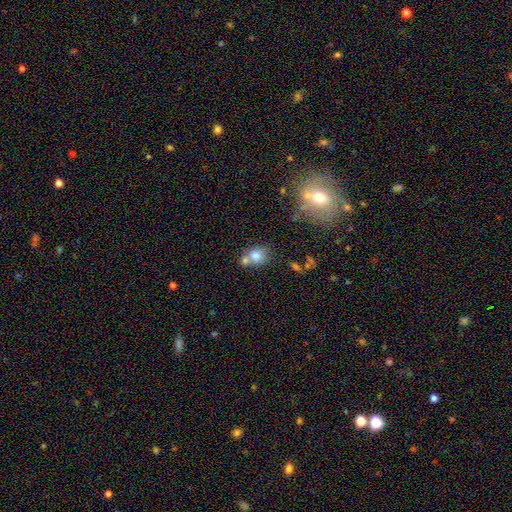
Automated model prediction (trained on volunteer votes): Smooth or featured? Predicted: smooth (p=0.76). How rounded? Predicted: round (p=0.66). Merging? Predicted: none (p=0.45).